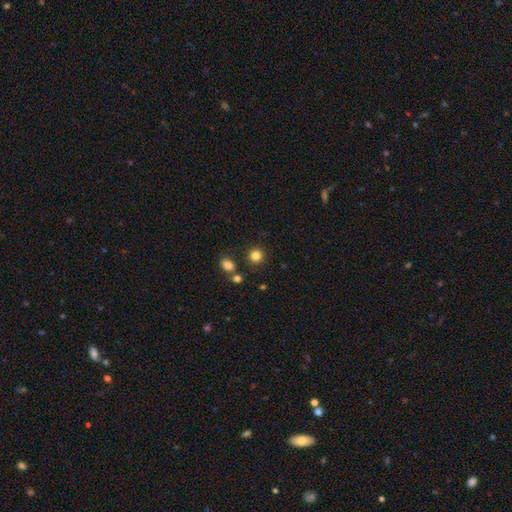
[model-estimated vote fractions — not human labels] A smooth galaxy with no disk features (83%) that is round (90%). Merging: none (85%).